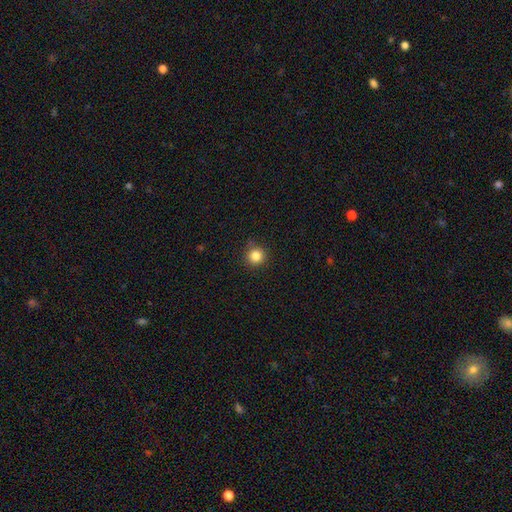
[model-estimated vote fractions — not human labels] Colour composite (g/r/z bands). It shows a smooth galaxy with no disk features (84%) that is round (95%). Merging: none (87%).